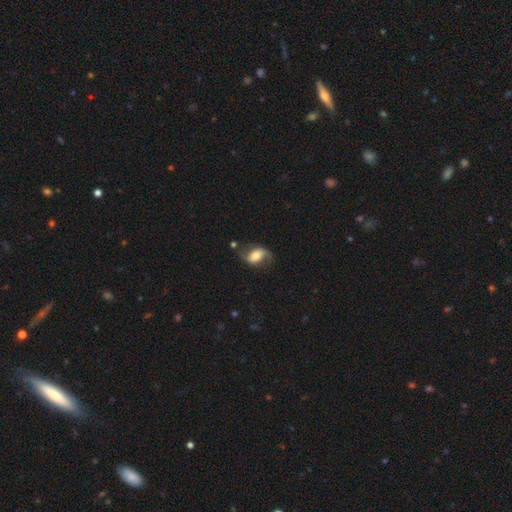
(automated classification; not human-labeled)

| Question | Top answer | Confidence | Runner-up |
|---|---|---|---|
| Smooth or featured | featured or disk | 64% | smooth (29%) |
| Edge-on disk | no | 94% | yes (6%) |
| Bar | strong | 34% | tied: weak (34%) |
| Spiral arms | yes | 86% | no (14%) |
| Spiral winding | loose | 60% | medium (30%) |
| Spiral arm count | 2 | 88% | can't tell (5%) |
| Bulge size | moderate | 58% | large (19%) |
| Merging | none | 64% | minor disturbance (21%) |